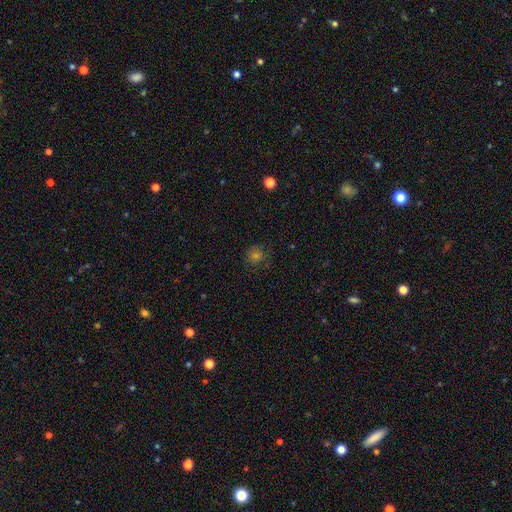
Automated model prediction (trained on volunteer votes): A smooth galaxy with no disk features (64%) that is round (91%).

Vote fractions:
- Smooth or featured? smooth: 64% / star or artifact: 24% / featured or disk: 12%
- How rounded? round: 91% / in between: 8% / cigar-shaped: 1%
- Merging? none: 81% / minor disturbance: 13% / major disturbance: 5% / merger: 1%